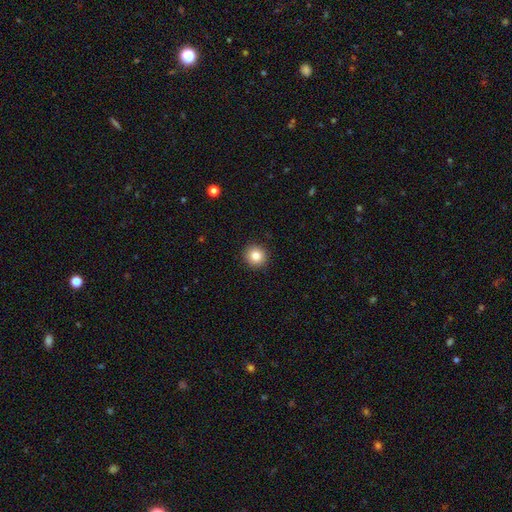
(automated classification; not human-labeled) This appears to be a smooth galaxy with no disk features (84%) that is round (92%). Merging: none (92%).